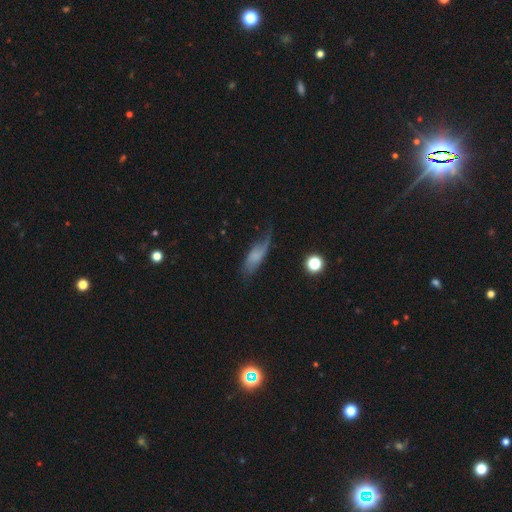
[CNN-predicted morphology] The model was most divided on "merging": none: 45%, minor disturbance: 33%, major disturbance: 19%, merger: 3%. More confident: how rounded — in between (66%); smooth or featured — smooth (55%).